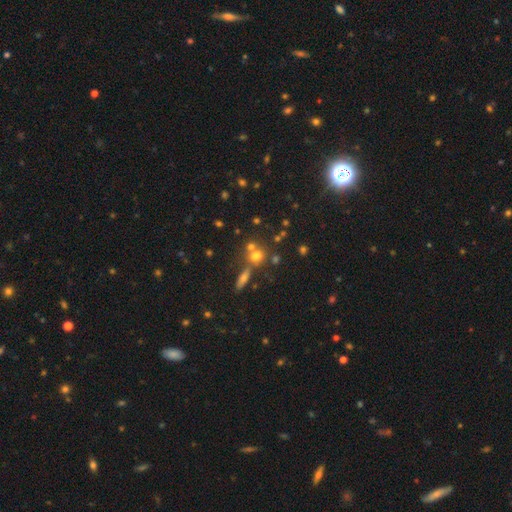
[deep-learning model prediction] Smooth or featured: smooth — 66% (star or artifact — 20%)
How rounded: round — 78% (in between — 19%)
Merging: none — 54% (merger — 31%)